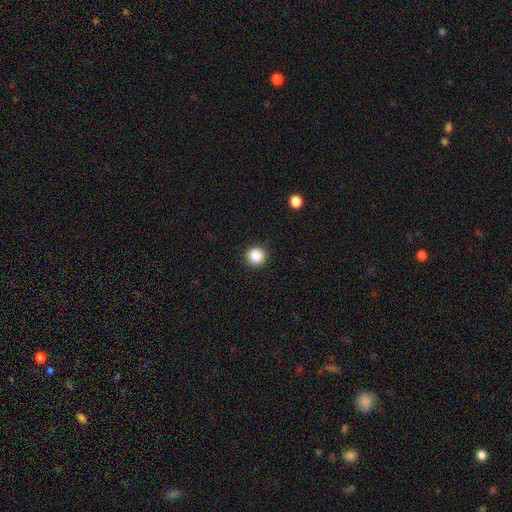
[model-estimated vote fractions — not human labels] Morphology: type=smooth (87%); roundness=round (93%); merging=none (89%).